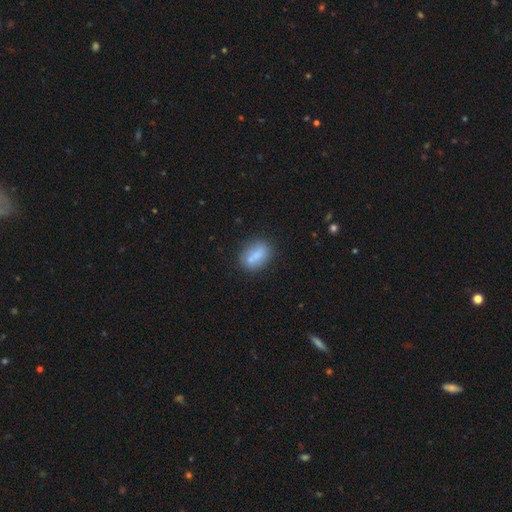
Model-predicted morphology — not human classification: smooth-or-featured: smooth: 76% | featured or disk: 16% | star or artifact: 8%
  how-rounded: in between: 74% | round: 20% | cigar-shaped: 6%
  merging: none: 64% | minor disturbance: 16% | merger: 15% | major disturbance: 5%